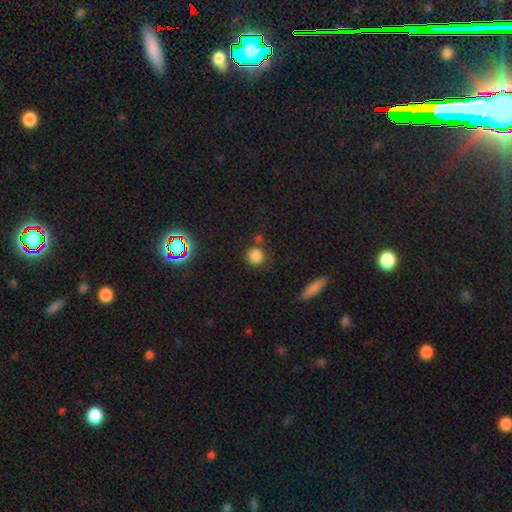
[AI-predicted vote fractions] smooth-or-featured: smooth: 80% | star or artifact: 14% | featured or disk: 5%
  how-rounded: round: 91% | in between: 7% | cigar-shaped: 2%
  merging: none: 76% | minor disturbance: 11% | merger: 9% | major disturbance: 4%